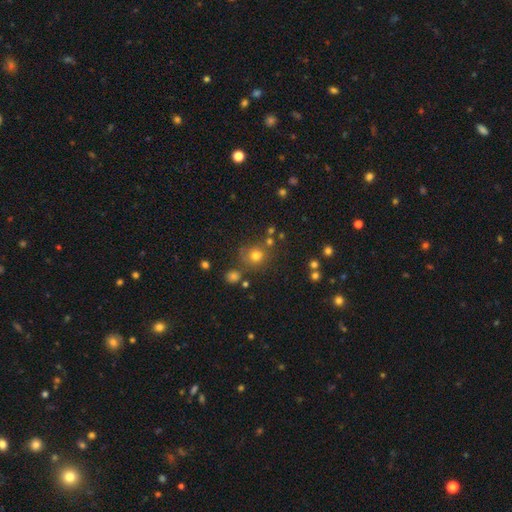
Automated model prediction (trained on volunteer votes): The model was most divided on "smooth or featured": smooth: 73%, star or artifact: 18%, featured or disk: 8%. More confident: how rounded — round (88%); merging — none (73%).